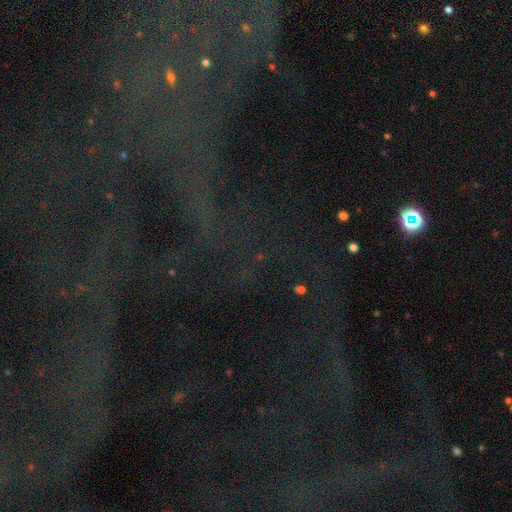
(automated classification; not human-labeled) This appears to be a star or artifact, not a galaxy (79%).